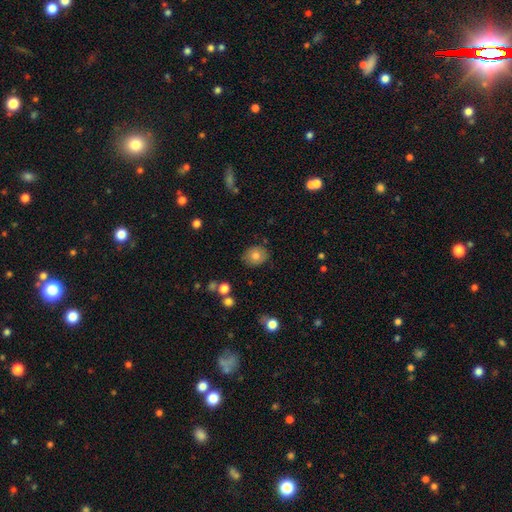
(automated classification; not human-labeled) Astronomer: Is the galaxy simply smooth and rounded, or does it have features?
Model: smooth — 75%.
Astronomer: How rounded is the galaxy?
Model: round — 61% (runner-up: in between, 38%).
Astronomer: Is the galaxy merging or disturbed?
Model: none — 84%.